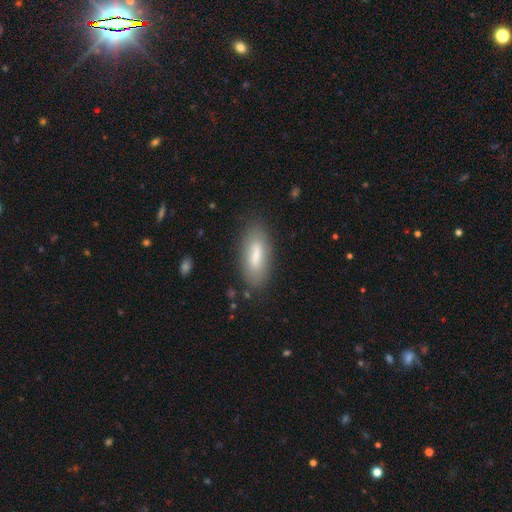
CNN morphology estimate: This appears to be a smooth galaxy with no disk features (72%) that is in between round and cigar-shaped (62%). Merging: none (82%).